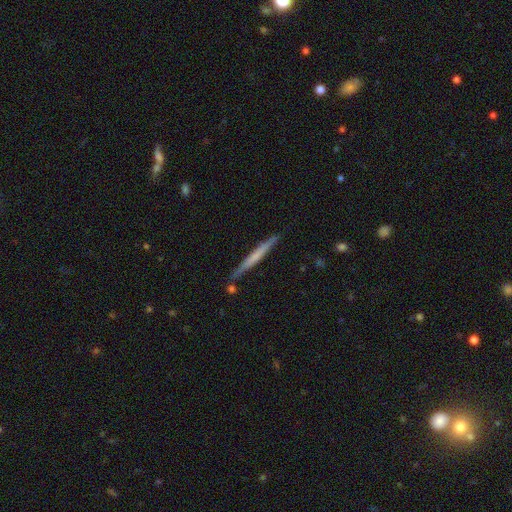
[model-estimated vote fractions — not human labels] smooth 48%, featured or disk 47%, star or artifact 5%. Down the decision tree: merging — none (84%).